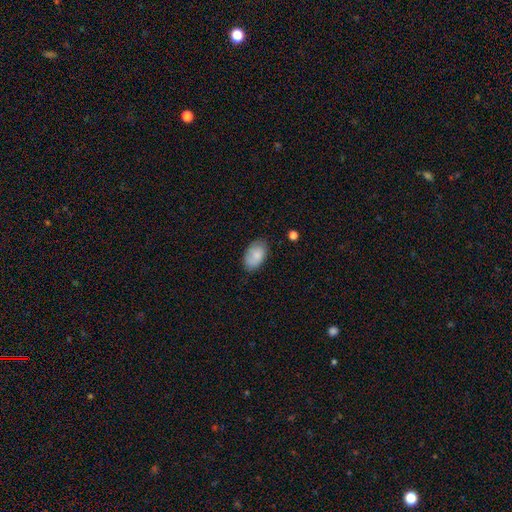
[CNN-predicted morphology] Overall: smooth (81%). How rounded: in between (93%). Merging: none (73%).